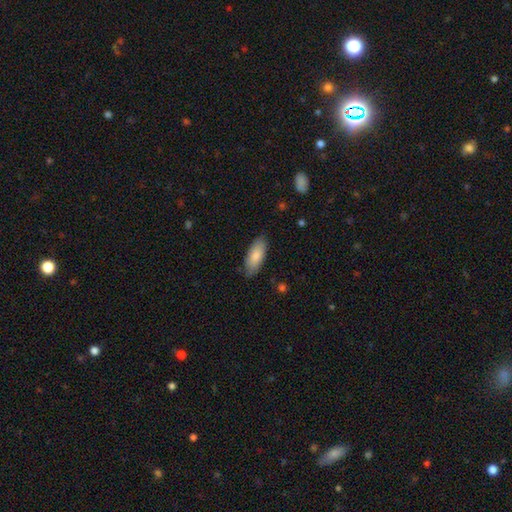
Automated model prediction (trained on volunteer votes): smooth_or_featured: smooth (p=0.83) [alt: featured or disk p=0.12]
how_rounded: in between (p=0.83) [alt: cigar-shaped p=0.15]
merging: none (p=0.80) [alt: minor disturbance p=0.16]